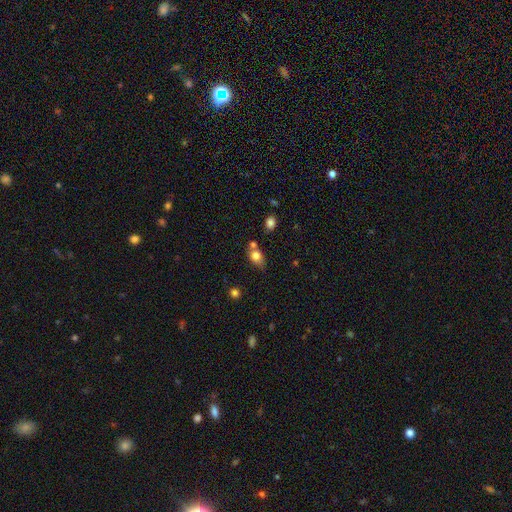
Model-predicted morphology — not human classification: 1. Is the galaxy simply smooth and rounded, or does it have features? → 79% smooth, 11% featured or disk, 10% star or artifact.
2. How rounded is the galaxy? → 69% in between, 28% round, 3% cigar-shaped.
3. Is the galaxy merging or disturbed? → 54% none, 22% merger, 19% minor disturbance, 5% major disturbance.